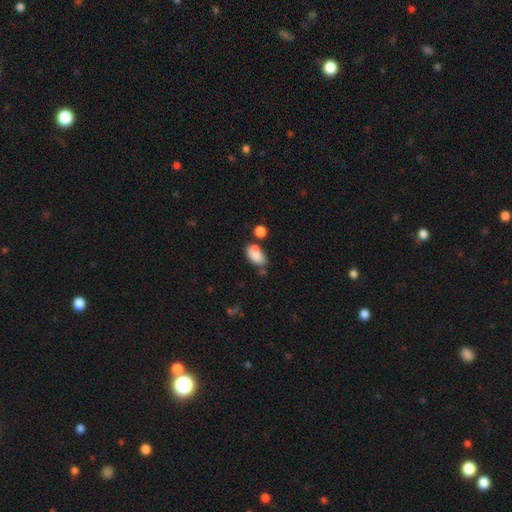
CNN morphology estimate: This is clearly a smooth galaxy (82%). How rounded: clearly in between (91%). Merging: possibly none (47%).